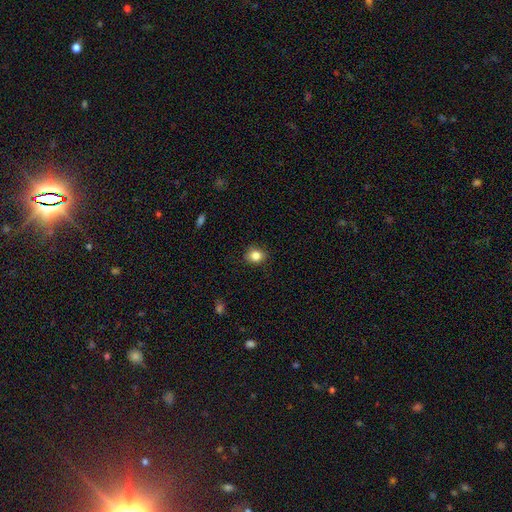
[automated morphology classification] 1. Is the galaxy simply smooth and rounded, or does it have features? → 85% smooth, 10% star or artifact, 5% featured or disk.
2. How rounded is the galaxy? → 62% round, 37% in between, 1% cigar-shaped.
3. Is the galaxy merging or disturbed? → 86% none, 11% minor disturbance, 2% major disturbance, 1% merger.